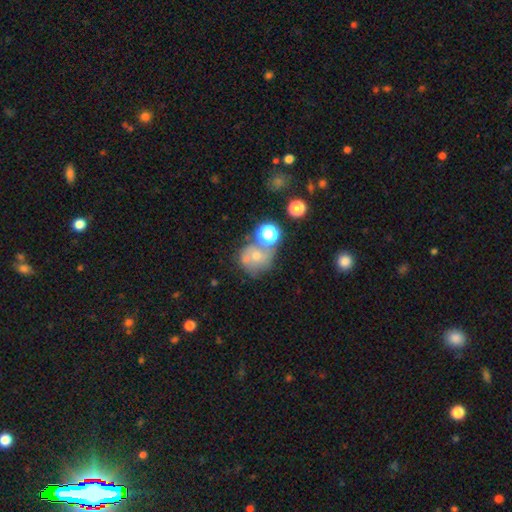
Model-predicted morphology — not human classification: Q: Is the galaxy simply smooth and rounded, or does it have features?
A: smooth — 48%.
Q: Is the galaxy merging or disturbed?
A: none — 39%.